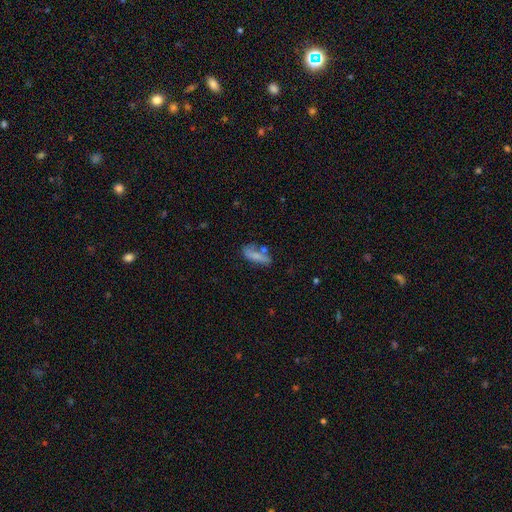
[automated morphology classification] Smooth or featured?
  - smooth: 71% *
  - featured or disk: 20%
  - star or artifact: 8%
How rounded?
  - in between: 57% *
  - cigar-shaped: 40%
  - round: 3%
Merging?
  - none: 48% *
  - minor disturbance: 24%
  - merger: 15%
  - major disturbance: 12%